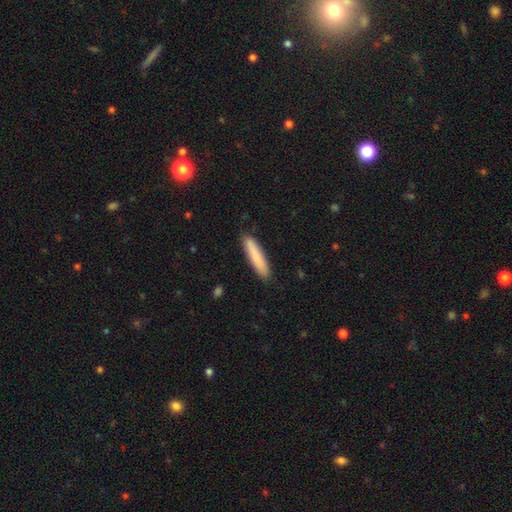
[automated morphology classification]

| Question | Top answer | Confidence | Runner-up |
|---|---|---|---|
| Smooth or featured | smooth | 83% | featured or disk (12%) |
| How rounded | cigar-shaped | 87% | in between (12%) |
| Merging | none | 89% | minor disturbance (9%) |